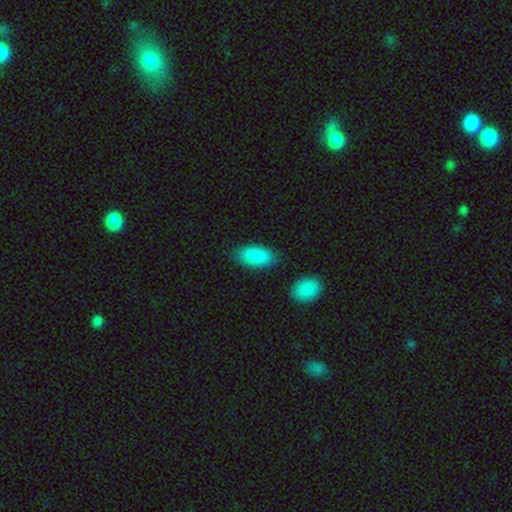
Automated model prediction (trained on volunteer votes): Q: Smooth or featured?
A: smooth (89%); runner-up: star or artifact (6%)
Q: How rounded?
A: in between (92%); runner-up: cigar-shaped (5%)
Q: Merging?
A: none (80%); runner-up: minor disturbance (13%)